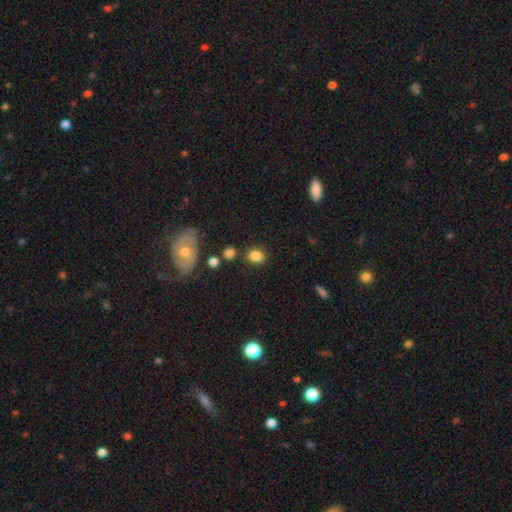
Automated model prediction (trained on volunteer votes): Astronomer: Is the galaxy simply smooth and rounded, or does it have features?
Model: smooth — 84%.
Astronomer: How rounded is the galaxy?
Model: round — 54% (runner-up: in between, 44%).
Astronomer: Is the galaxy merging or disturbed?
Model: none — 78%.